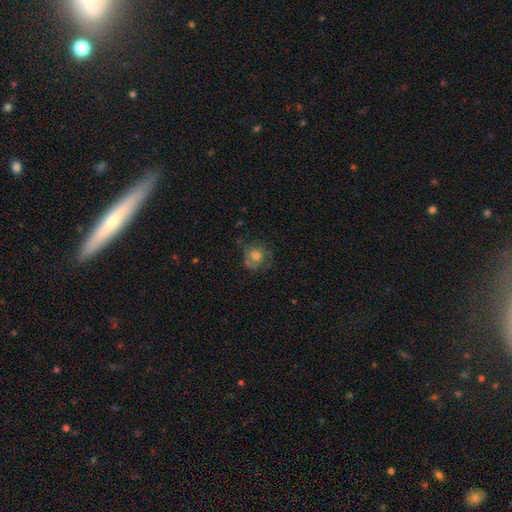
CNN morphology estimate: smooth 51%, featured or disk 37%, star or artifact 12%. Down the decision tree: how rounded — round (83%); merging — none (62%).